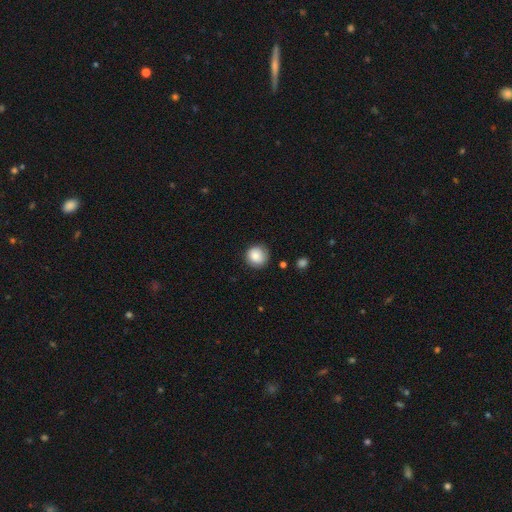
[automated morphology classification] A smooth galaxy with no disk features (84%) that is round (92%).

Vote fractions:
- Smooth or featured? smooth: 84% / star or artifact: 8% / featured or disk: 8%
- How rounded? round: 92% / in between: 7% / cigar-shaped: 1%
- Merging? none: 84% / minor disturbance: 12% / major disturbance: 3% / merger: 1%